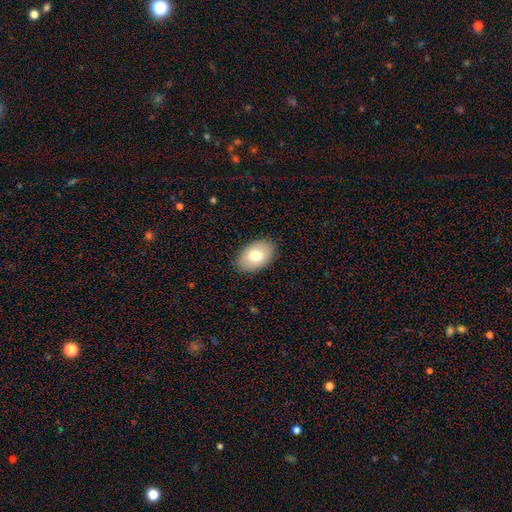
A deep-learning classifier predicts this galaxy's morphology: Q: Smooth or featured?
A: smooth (75%); runner-up: featured or disk (18%)
Q: How rounded?
A: in between (89%); runner-up: round (10%)
Q: Merging?
A: none (87%); runner-up: minor disturbance (10%)